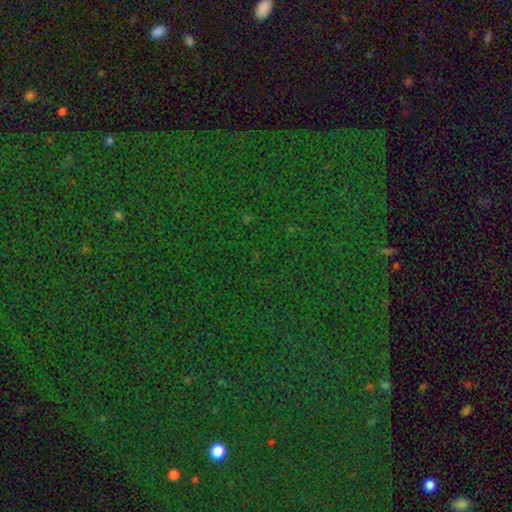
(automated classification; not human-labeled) This appears to be a star or artifact, not a galaxy (82%).